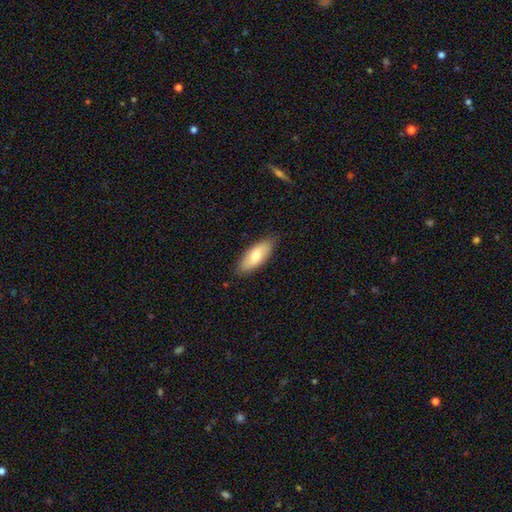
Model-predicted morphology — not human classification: A smooth galaxy with no disk features (72%) that is in between round and cigar-shaped (80%).

Vote fractions:
- Smooth or featured? smooth: 72% / featured or disk: 23% / star or artifact: 5%
- How rounded? in between: 80% / cigar-shaped: 18% / round: 2%
- Merging? none: 84% / minor disturbance: 13% / major disturbance: 2% / merger: 1%